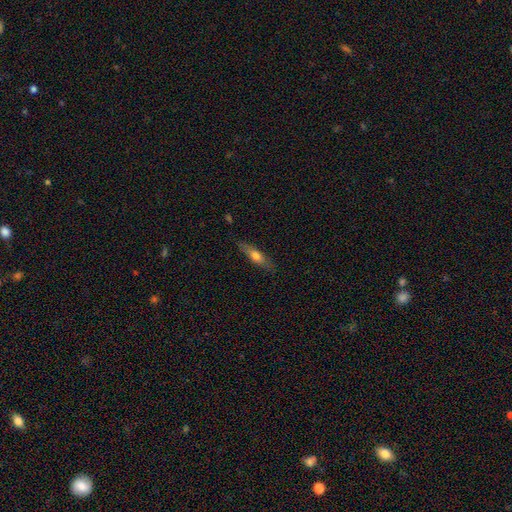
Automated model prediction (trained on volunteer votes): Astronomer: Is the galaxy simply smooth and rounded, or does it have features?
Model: smooth — 56% (runner-up: featured or disk, 38%).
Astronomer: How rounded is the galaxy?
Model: cigar-shaped — 72%.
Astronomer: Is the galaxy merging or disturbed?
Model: none — 83%.